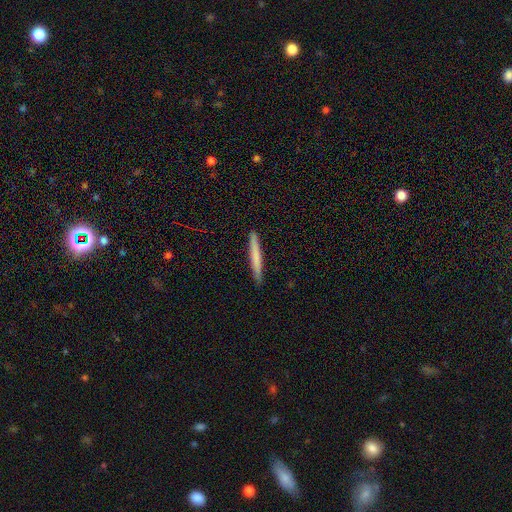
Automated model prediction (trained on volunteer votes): The model was most divided on "smooth or featured": smooth: 69%, featured or disk: 26%, star or artifact: 5%. More confident: how rounded — cigar-shaped (97%); merging — none (91%).